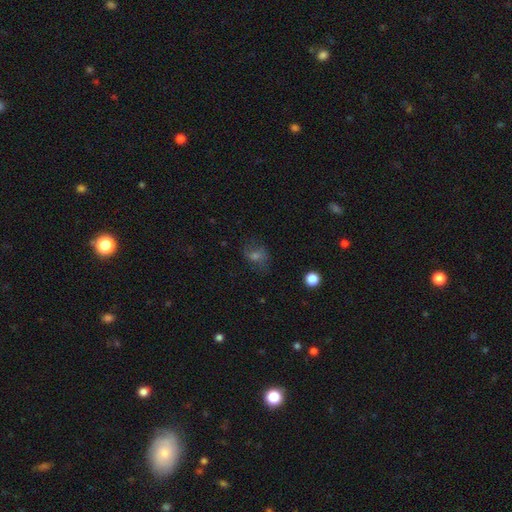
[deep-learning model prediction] A smooth galaxy with no disk features (50%) that is in between round and cigar-shaped (53%).

Vote fractions:
- Smooth or featured? smooth: 50% / featured or disk: 26% / star or artifact: 24%
- How rounded? in between: 53% / round: 45% / cigar-shaped: 2%
- Merging? none: 67% / minor disturbance: 19% / major disturbance: 12% / merger: 2%